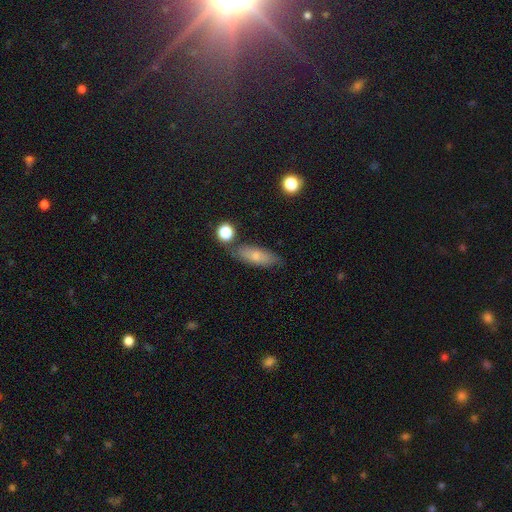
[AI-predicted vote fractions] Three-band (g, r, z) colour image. It shows a smooth galaxy with no disk features (71%) that is in between round and cigar-shaped (63%). Merging: none (72%).